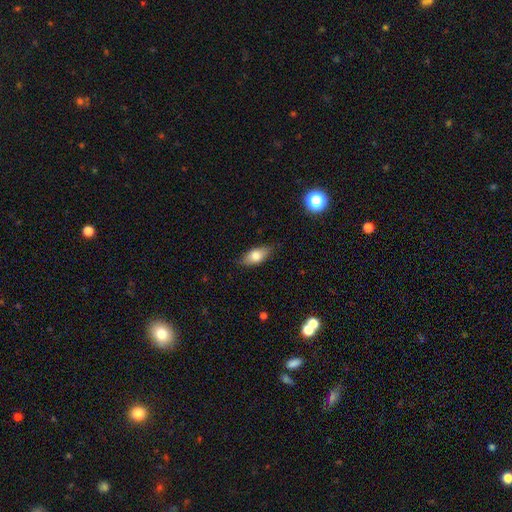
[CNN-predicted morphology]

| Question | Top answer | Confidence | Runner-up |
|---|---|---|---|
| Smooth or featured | smooth | 75% | featured or disk (18%) |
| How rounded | in between | 84% | cigar-shaped (12%) |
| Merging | none | 82% | minor disturbance (14%) |